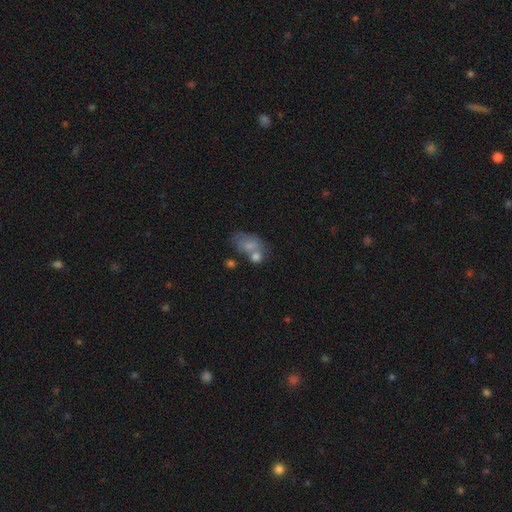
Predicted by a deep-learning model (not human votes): Morphology: type=smooth (72%); roundness=in between (75%); merging=merger (45%).